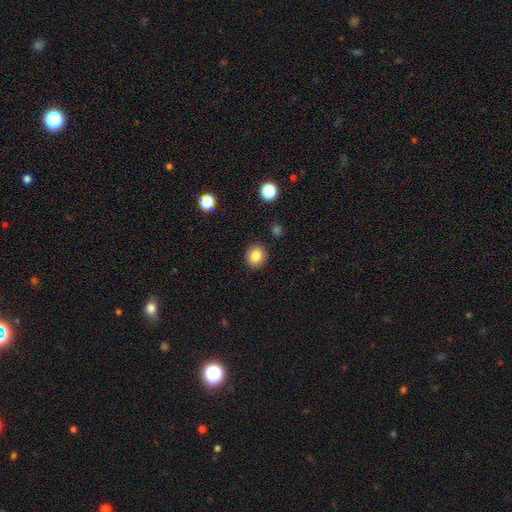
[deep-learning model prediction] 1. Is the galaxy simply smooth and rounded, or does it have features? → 84% smooth, 10% star or artifact, 6% featured or disk.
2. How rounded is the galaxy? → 82% round, 17% in between, 1% cigar-shaped.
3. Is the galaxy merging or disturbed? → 90% none, 6% minor disturbance, 2% major disturbance, 1% merger.